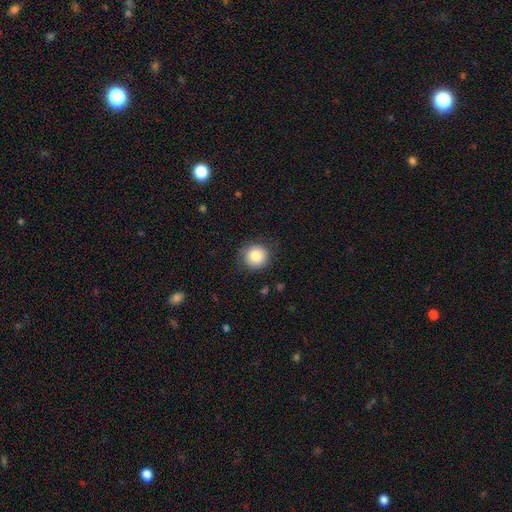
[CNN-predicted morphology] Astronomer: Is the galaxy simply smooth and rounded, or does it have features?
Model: smooth — 85%.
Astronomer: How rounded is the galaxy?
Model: round — 91%.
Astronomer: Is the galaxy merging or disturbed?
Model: none — 83%.